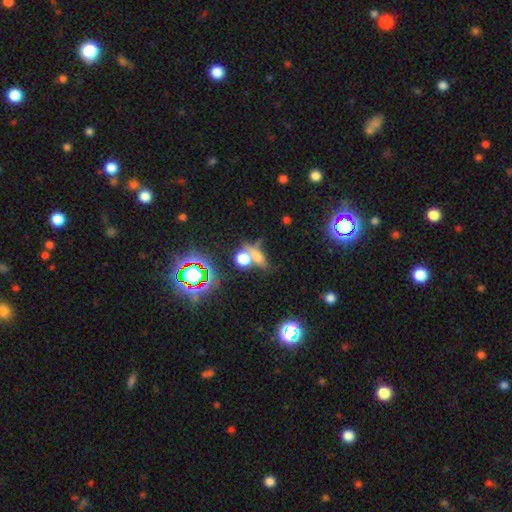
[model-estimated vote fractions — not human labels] Q: Smooth or featured?
A: smooth (56%); runner-up: star or artifact (29%)
Q: How rounded?
A: in between (45%); runner-up: round (39%)
Q: Merging?
A: none (45%); runner-up: merger (35%)